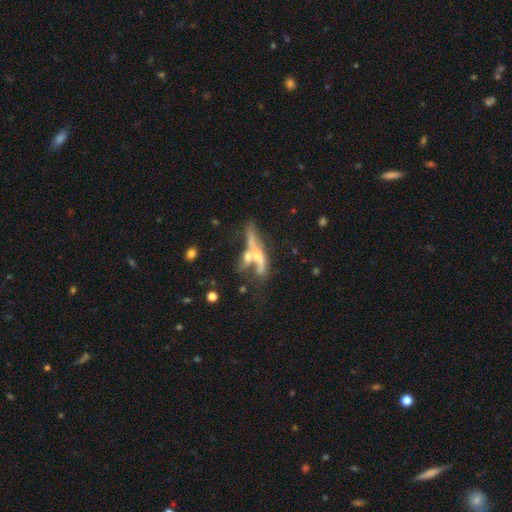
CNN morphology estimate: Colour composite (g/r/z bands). It shows a featured or disk galaxy (56%) viewed edge-on (56%). Merging: merger (53%).